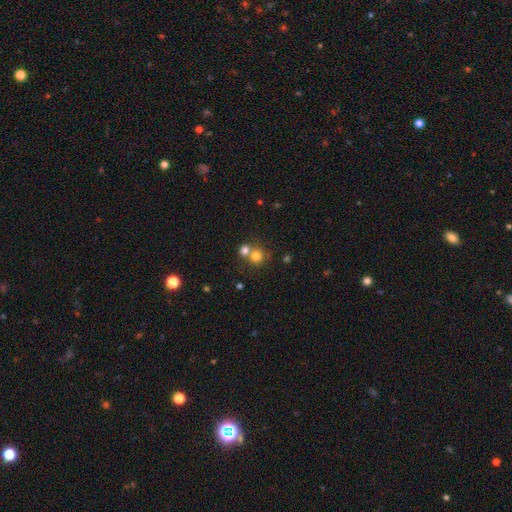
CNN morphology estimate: Overall: smooth (76%). How rounded: round (87%). Merging: none (47%; merger 44%).